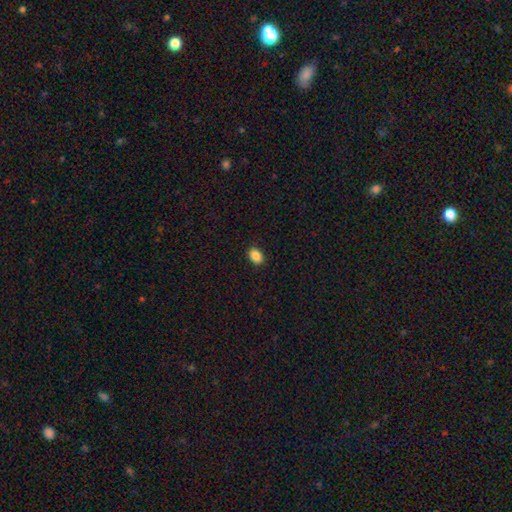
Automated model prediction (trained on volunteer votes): A smooth galaxy with no disk features (88%) that is in between round and cigar-shaped (81%). Merging: none (90%).